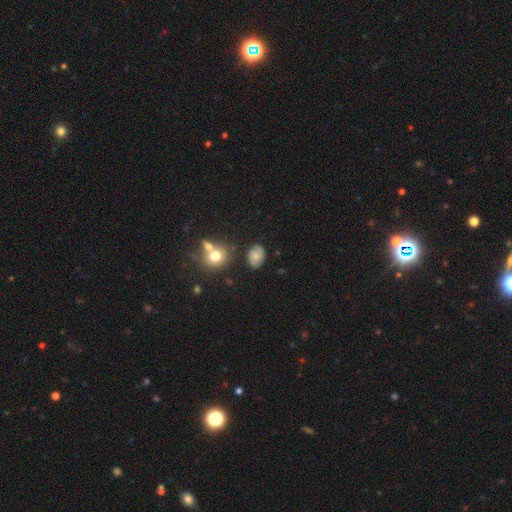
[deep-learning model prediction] Smooth or featured? Predicted: smooth (p=0.58). How rounded? Predicted: in between (p=0.73). Merging? Predicted: none (p=0.76).